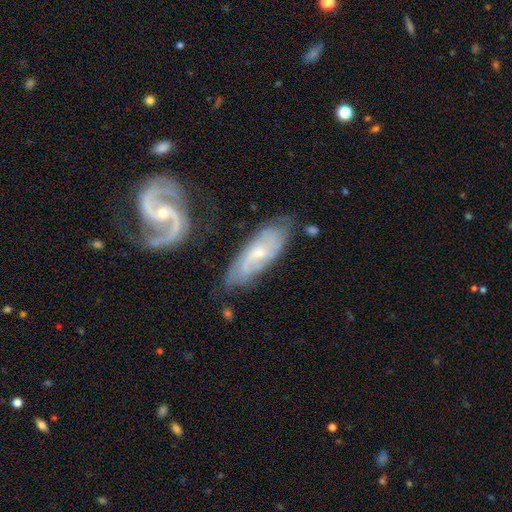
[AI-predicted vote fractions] Morphology: type=featured or disk (73%); edge-on=no (86%); bar=no (52%); spiral arms=yes (91%); winding=medium (45%); arm count=2 (69%); bulge=small (65%); merging=none (65%).